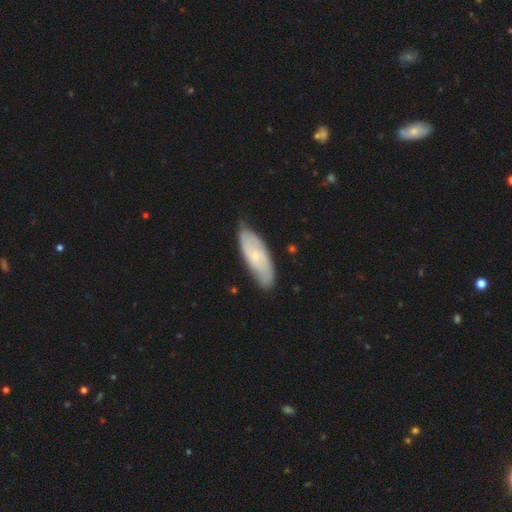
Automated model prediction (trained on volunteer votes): The model was most divided on "smooth or featured": featured or disk: 54%, smooth: 40%, star or artifact: 6%. More confident: edge-on disk — no (83%); merging — none (75%).